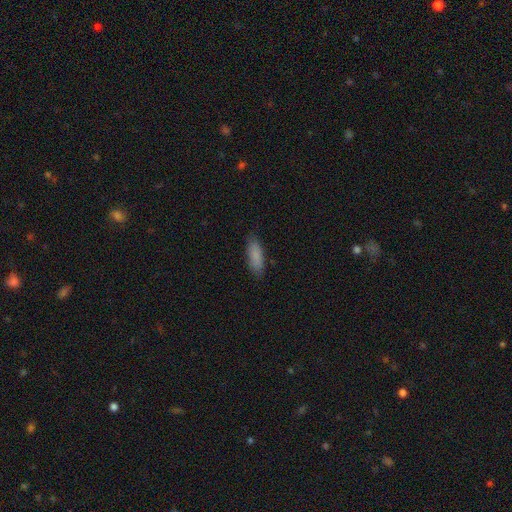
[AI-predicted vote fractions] smooth-or-featured: smooth: 86% | featured or disk: 8% | star or artifact: 6%
  how-rounded: in between: 58% | cigar-shaped: 40% | round: 2%
  merging: none: 84% | minor disturbance: 12% | major disturbance: 2% | merger: 1%